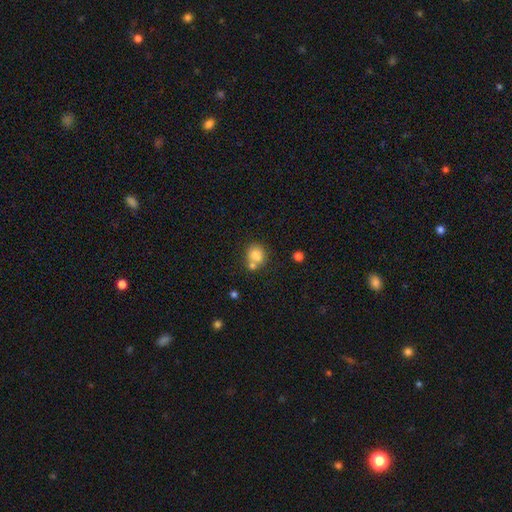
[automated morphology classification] smooth 79%, featured or disk 11%, star or artifact 10%. Down the decision tree: how rounded — round (70%); merging — none (49%).